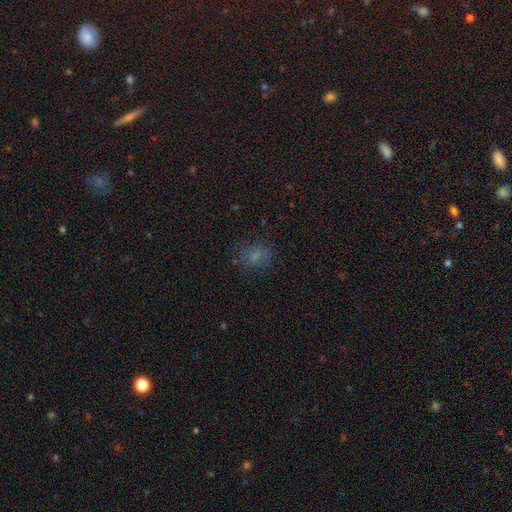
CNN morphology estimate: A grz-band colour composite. It shows a smooth galaxy with no disk features (61%) that is round (50%). Merging: none (72%).